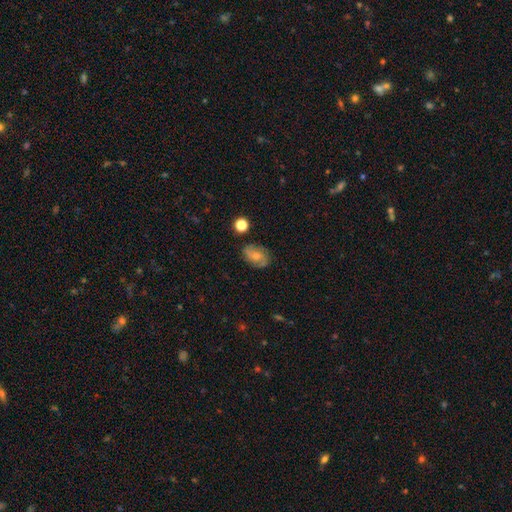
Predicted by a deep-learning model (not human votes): Morphology: type=featured or disk (46%); merging=none (73%).